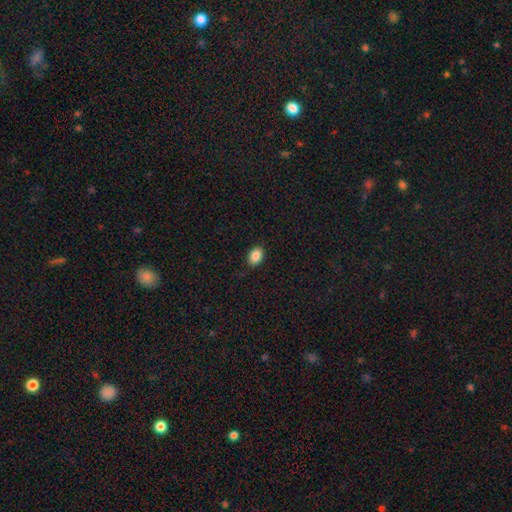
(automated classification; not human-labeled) The model was most divided on "how rounded": in between: 85%, round: 14%, cigar-shaped: 1%. More confident: merging — none (88%); smooth or featured — smooth (88%).